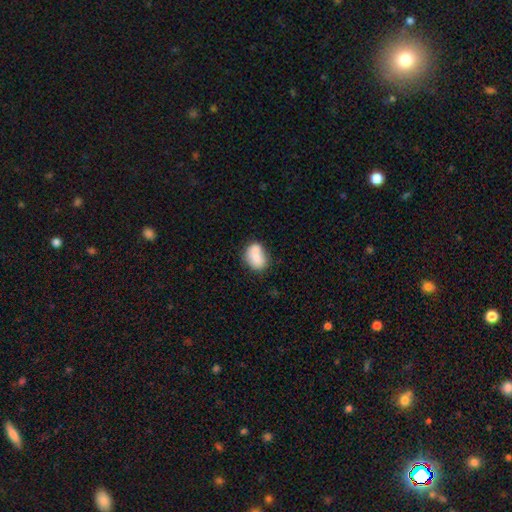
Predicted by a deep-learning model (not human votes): A smooth galaxy with no disk features (75%) that is in between round and cigar-shaped (66%). Merging: none (41%).